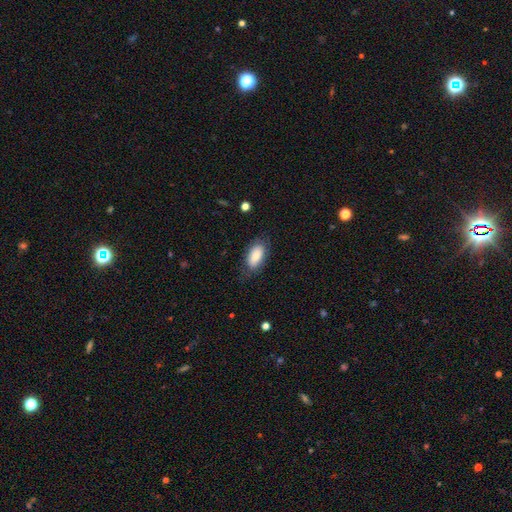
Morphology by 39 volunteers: Volunteers were most divided on "merging": none: 67%, minor disturbance: 31%, major disturbance: 3%, merger: 0%. More confident: how rounded — in between (90%); smooth or featured — smooth (79%).